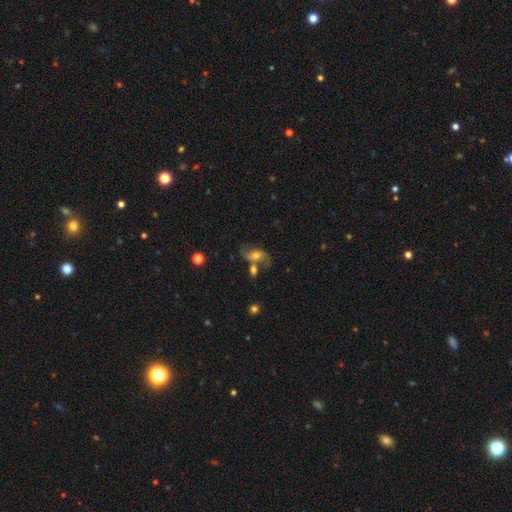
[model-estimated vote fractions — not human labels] smooth_or_featured: featured or disk (p=0.55) [alt: smooth p=0.34]
disk_edge_on: no (p=0.93) [alt: yes p=0.07]
bar: no (p=0.58) [alt: weak p=0.31]
has_spiral_arms: yes (p=0.81) [alt: no p=0.19]
bulge_size: moderate (p=0.65) [alt: small p=0.21]
merging: none (p=0.48) [alt: merger p=0.26]